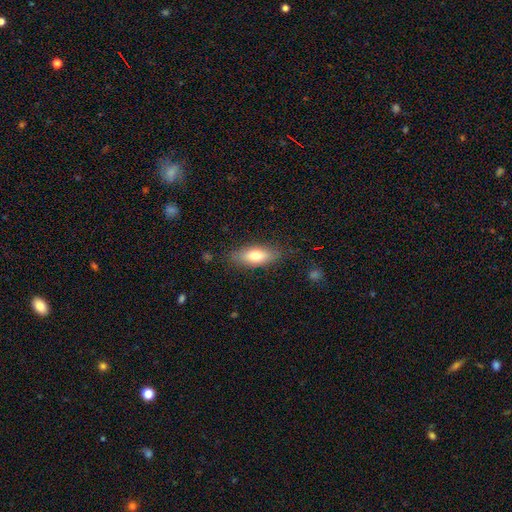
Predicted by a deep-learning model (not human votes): Smooth or featured?
  - smooth: 72% *
  - featured or disk: 21%
  - star or artifact: 7%
How rounded?
  - in between: 76% *
  - cigar-shaped: 20%
  - round: 3%
Merging?
  - none: 82% *
  - minor disturbance: 13%
  - major disturbance: 3%
  - merger: 1%